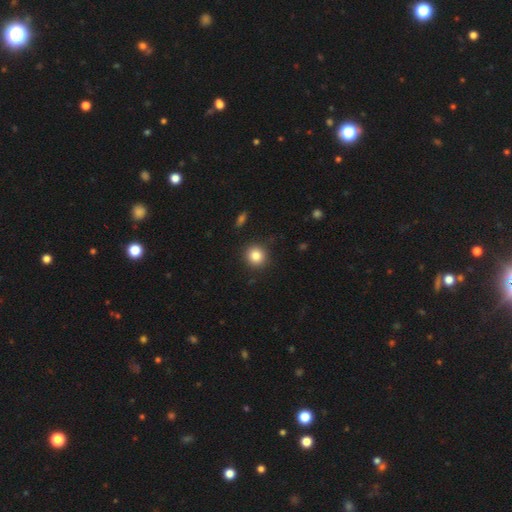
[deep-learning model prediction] This is clearly a smooth galaxy (84%). How rounded: clearly round (90%). Merging: clearly none (89%).